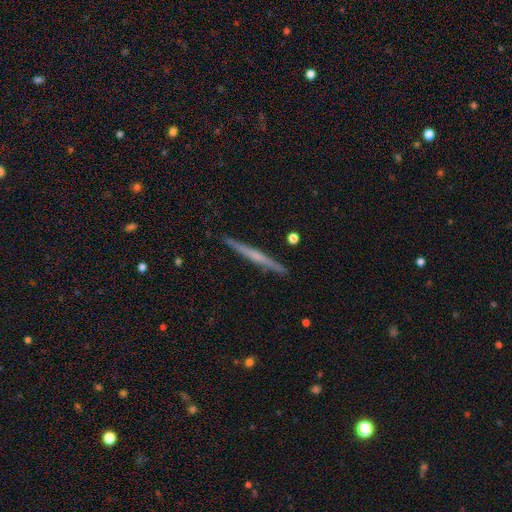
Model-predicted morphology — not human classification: The model was most divided on "smooth or featured": featured or disk: 60%, smooth: 34%, star or artifact: 6%. More confident: edge-on disk — yes (98%); merging — none (91%); edge-on bulge — none (62%).